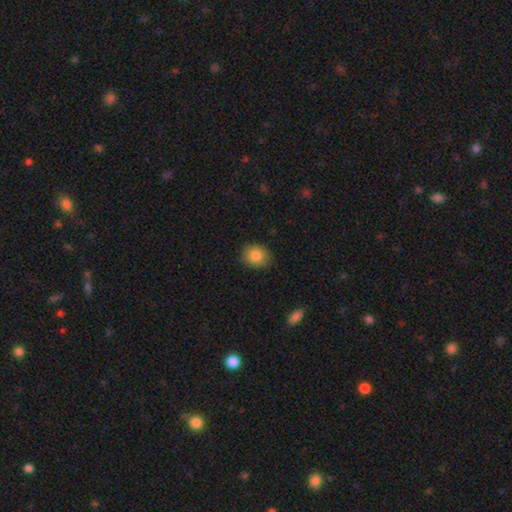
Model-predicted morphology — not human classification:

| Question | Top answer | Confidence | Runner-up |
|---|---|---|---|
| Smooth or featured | smooth | 84% | star or artifact (9%) |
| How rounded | round | 74% | in between (25%) |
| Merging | none | 87% | minor disturbance (10%) |